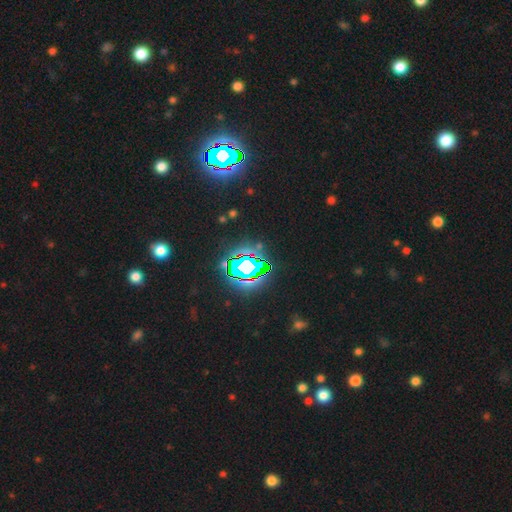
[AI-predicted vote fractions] smooth-or-featured: star or artifact: 84% | smooth: 10% | featured or disk: 7%